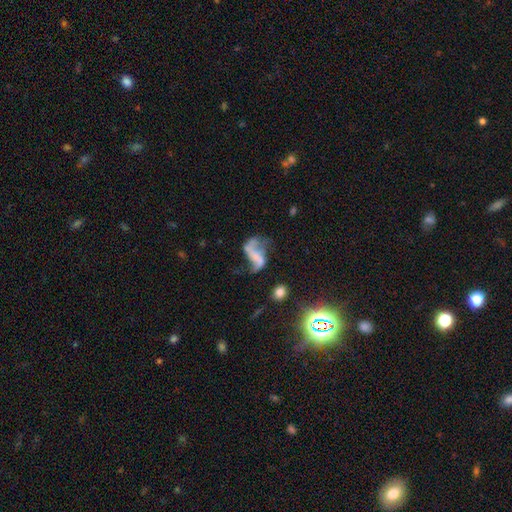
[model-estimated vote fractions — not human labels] This appears to be a featured or disk galaxy (70%) with no bar (51%), 2 (84%) loose (84%) spiral arms (74%) and no central bulge (69%). Merging: none (35%).